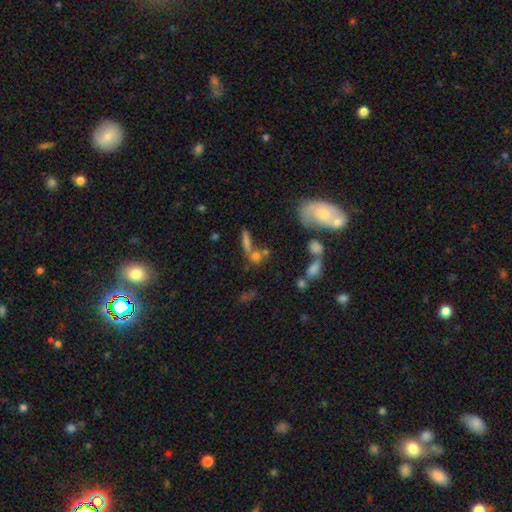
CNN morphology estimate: smooth 59%, featured or disk 22%, star or artifact 19%. Down the decision tree: how rounded — in between (39%); merging — merger (39%, tied with none).